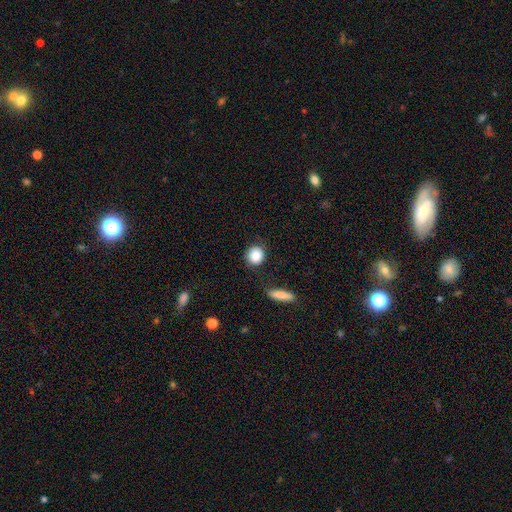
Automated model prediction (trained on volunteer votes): Overall: smooth (87%). How rounded: round (83%). Merging: none (81%).